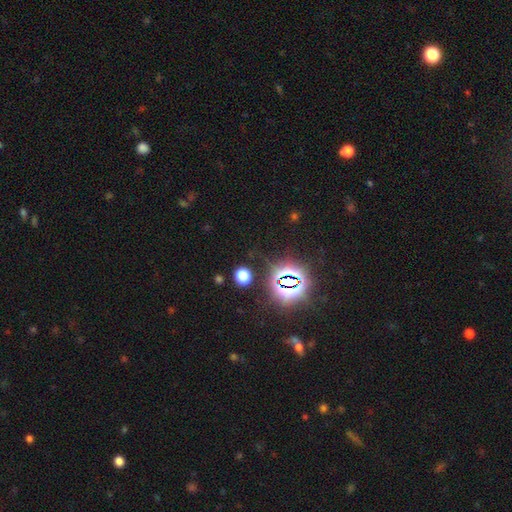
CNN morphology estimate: The model was most divided on "smooth or featured": star or artifact: 78%, smooth: 14%, featured or disk: 8%.